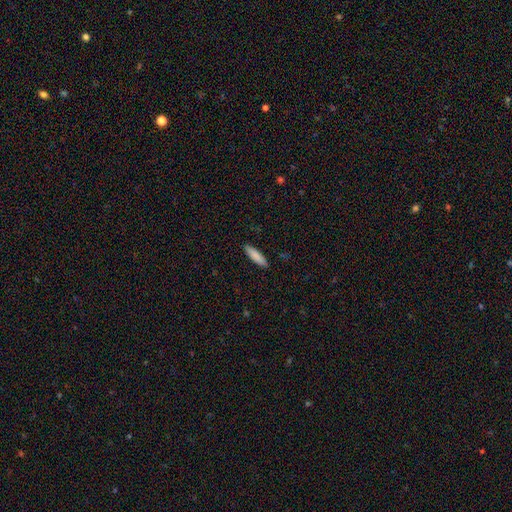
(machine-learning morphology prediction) smooth-or-featured: smooth: 85% | featured or disk: 9% | star or artifact: 6%
  how-rounded: cigar-shaped: 72% | in between: 27% | round: 1%
  merging: none: 90% | minor disturbance: 7% | major disturbance: 2% | merger: 1%